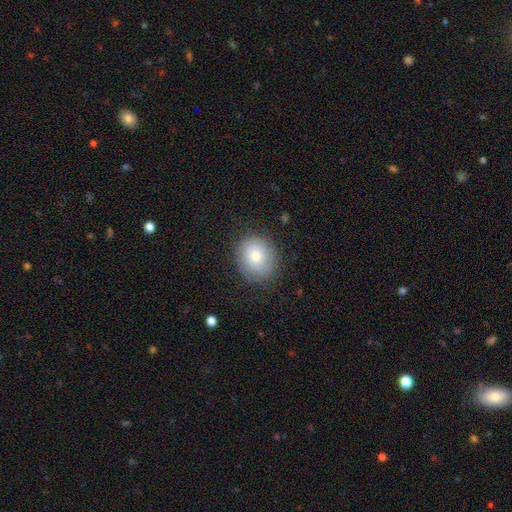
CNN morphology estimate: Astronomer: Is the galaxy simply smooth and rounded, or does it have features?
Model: smooth — 68%.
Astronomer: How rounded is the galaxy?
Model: round — 78%.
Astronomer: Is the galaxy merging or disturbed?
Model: none — 81%.